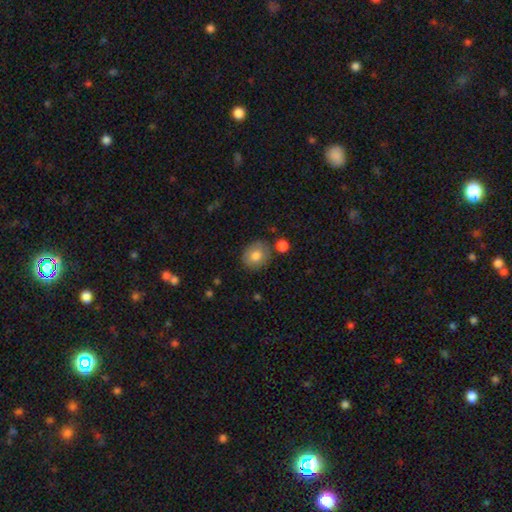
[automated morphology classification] smooth-or-featured: smooth: 81% | featured or disk: 11% | star or artifact: 8%
  how-rounded: round: 71% | in between: 28% | cigar-shaped: 1%
  merging: none: 78% | minor disturbance: 12% | merger: 6% | major disturbance: 3%